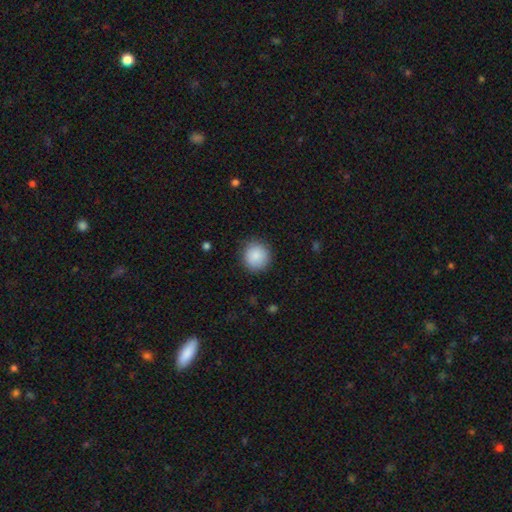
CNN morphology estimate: Smooth or featured? smooth (88%)
How rounded? round (92%)
Merging? none (88%)